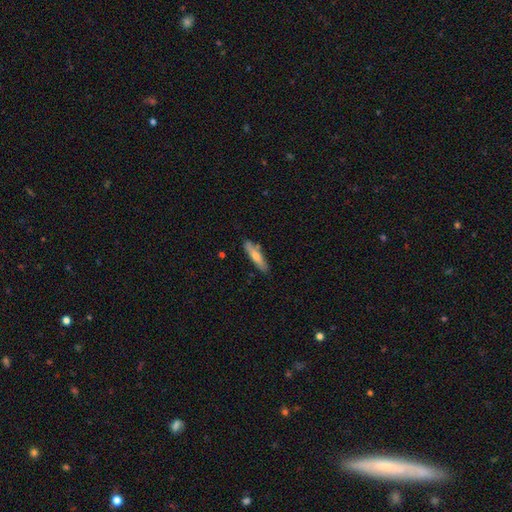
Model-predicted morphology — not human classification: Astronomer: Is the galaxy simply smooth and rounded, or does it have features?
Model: smooth — 63%.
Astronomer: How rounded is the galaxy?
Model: cigar-shaped — 79%.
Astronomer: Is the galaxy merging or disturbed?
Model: none — 81%.